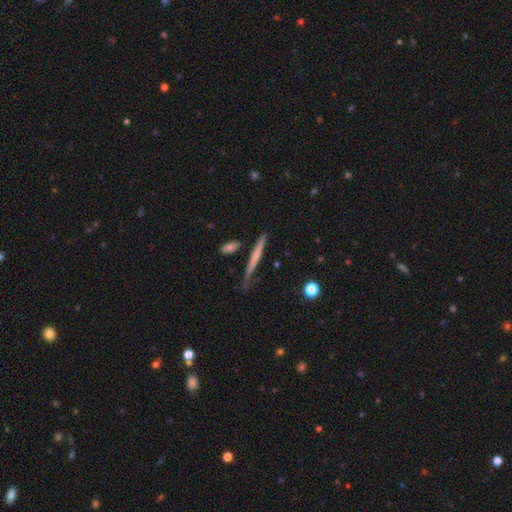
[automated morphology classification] Smooth or featured?
  - smooth: 52% *
  - featured or disk: 42%
  - star or artifact: 6%
How rounded?
  - cigar-shaped: 95% *
  - in between: 3%
  - round: 2%
Merging?
  - none: 76% *
  - minor disturbance: 16%
  - merger: 5%
  - major disturbance: 4%